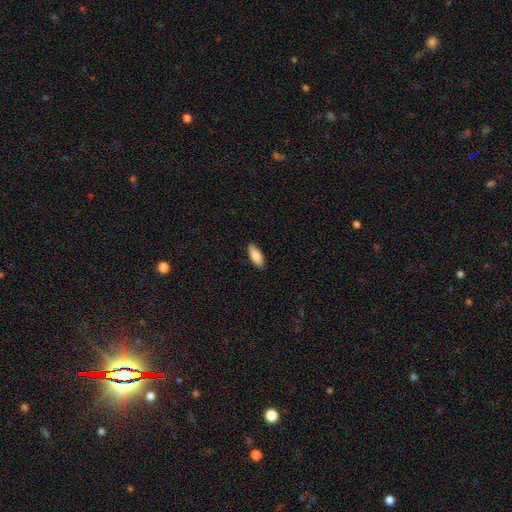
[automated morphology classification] A smooth galaxy with no disk features (88%) that is in between round and cigar-shaped (80%).

Vote fractions:
- Smooth or featured? smooth: 88% / featured or disk: 7% / star or artifact: 6%
- How rounded? in between: 80% / cigar-shaped: 18% / round: 2%
- Merging? none: 89% / minor disturbance: 8% / major disturbance: 2% / merger: 1%